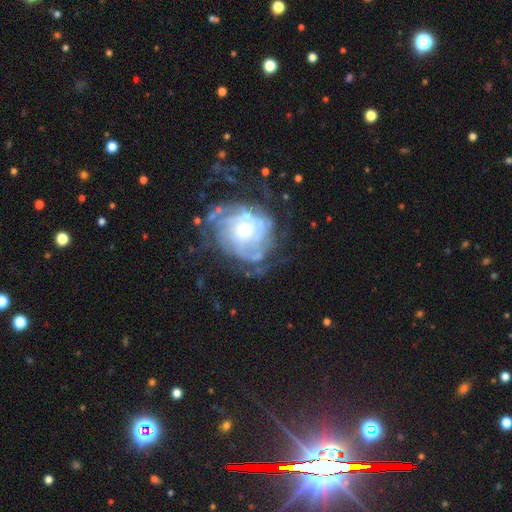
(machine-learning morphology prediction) This appears to be a featured or disk galaxy (83%) with no bar (75%), tight (63%) spiral arms (89%) and a moderate central bulge (53%). Merging: none (60%).